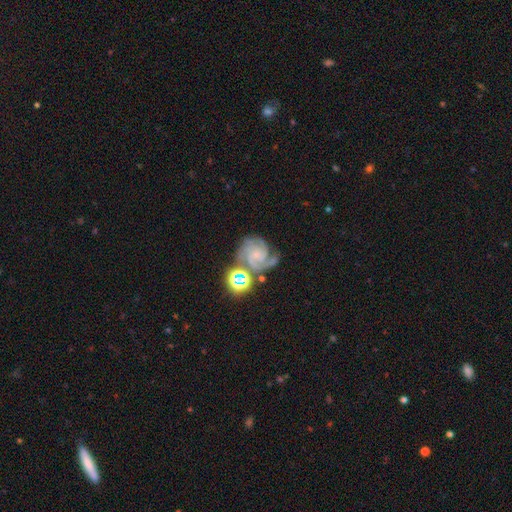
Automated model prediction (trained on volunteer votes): smooth-or-featured: featured or disk: 84% | star or artifact: 9% | smooth: 7%
  disk-edge-on: no: 98% | yes: 2%
    bar: no: 68% | weak: 25% | strong: 7%
    has-spiral-arms: yes: 98% | no: 2%
      spiral-winding: tight: 59% | medium: 35% | loose: 6%
      spiral-arm-count: 3: 54% | 2: 16% | 4: 11% | can't tell: 10% | 1: 5% | more than 4: 5%
    bulge-size: small: 65% | none: 17% | moderate: 15% | large: 2% | dominant: 1%
  merging: none: 56% | minor disturbance: 21% | merger: 12% | major disturbance: 11%